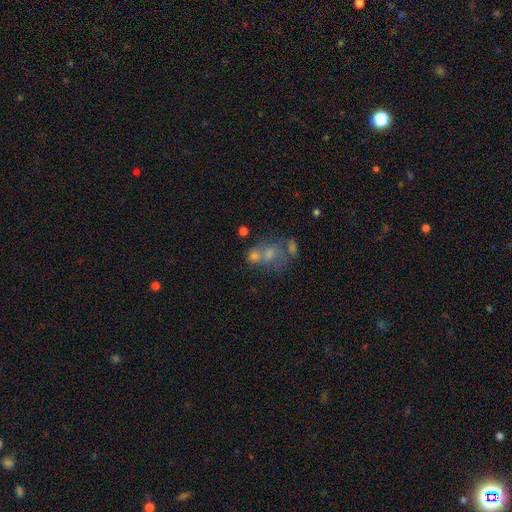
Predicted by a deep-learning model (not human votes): smooth_or_featured: smooth (p=0.51) [alt: featured or disk p=0.30]
how_rounded: in between (p=0.50) [alt: round p=0.48]
merging: merger (p=0.50) [alt: none p=0.29]